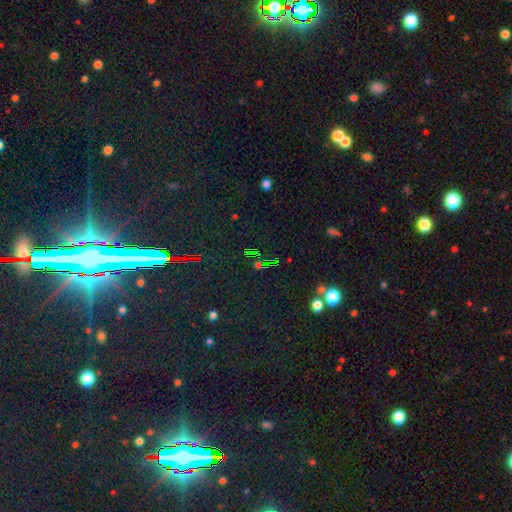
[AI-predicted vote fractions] A star or artifact, not a galaxy (80%).